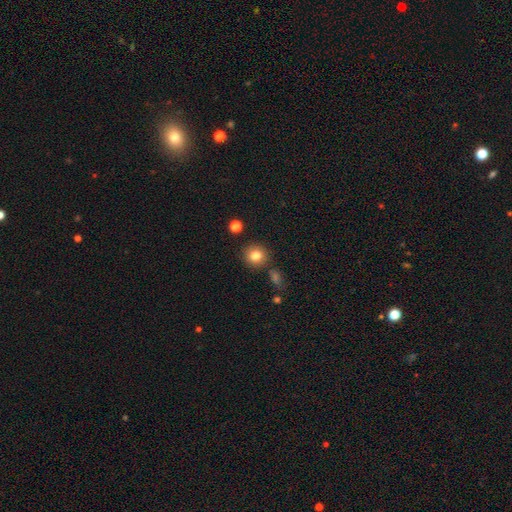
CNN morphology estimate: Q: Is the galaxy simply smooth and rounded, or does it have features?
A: smooth — 81%.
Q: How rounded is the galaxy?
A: round — 90%.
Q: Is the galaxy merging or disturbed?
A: none — 85%.